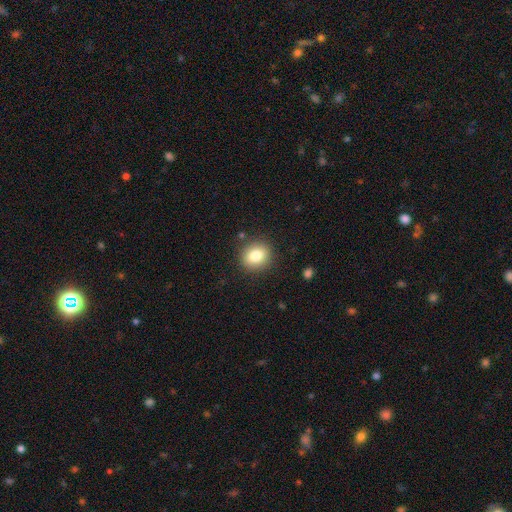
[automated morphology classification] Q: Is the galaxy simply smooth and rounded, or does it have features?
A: smooth — 81%.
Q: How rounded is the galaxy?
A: round — 73%.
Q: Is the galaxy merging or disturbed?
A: none — 88%.